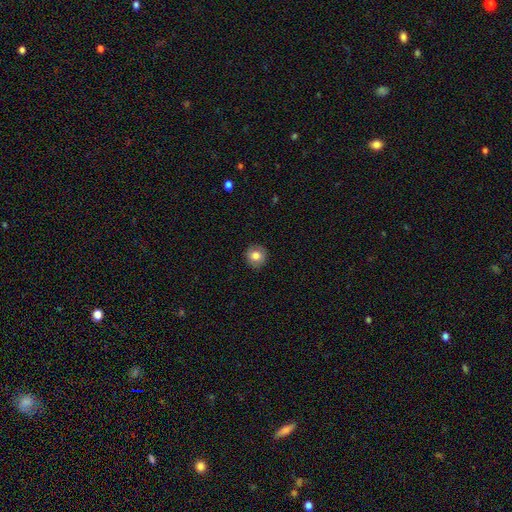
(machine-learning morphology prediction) smooth_or_featured: smooth (p=0.80) [alt: featured or disk p=0.11]
how_rounded: round (p=0.91) [alt: in between p=0.08]
merging: none (p=0.89) [alt: minor disturbance p=0.08]